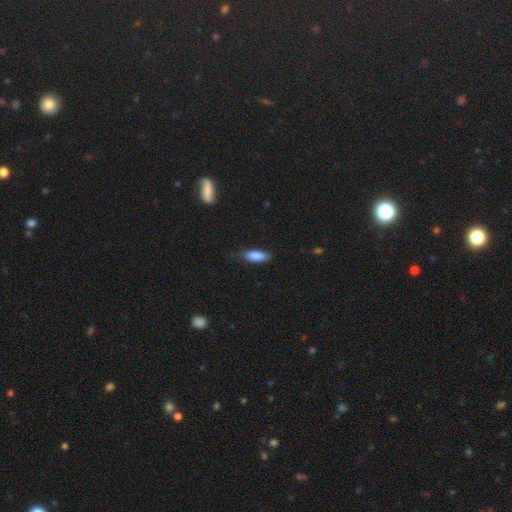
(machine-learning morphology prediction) smooth 84%, featured or disk 9%, star or artifact 7%. Down the decision tree: how rounded — in between (74%); merging — none (69%).